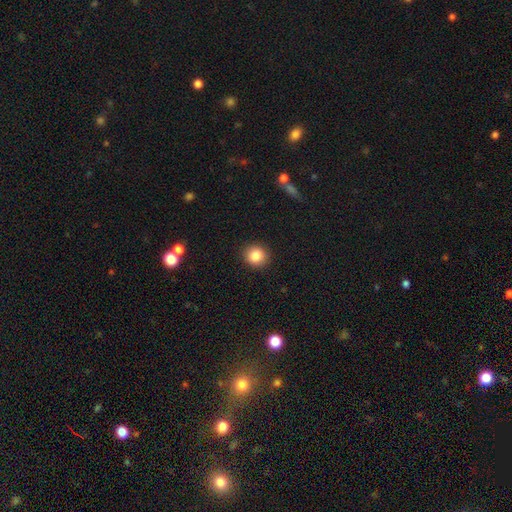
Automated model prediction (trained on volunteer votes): This is clearly a smooth galaxy (85%). How rounded: clearly round (85%). Merging: clearly none (91%).